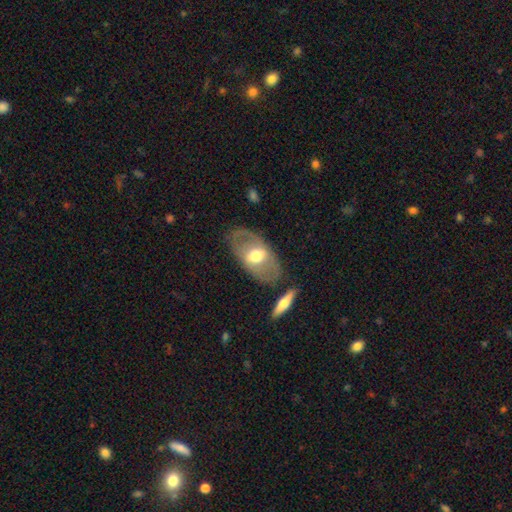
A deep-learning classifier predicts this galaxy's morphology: Smooth or featured: featured or disk — 53% (smooth — 41%)
Edge-on disk: no — 85% (yes — 15%)
Merging: none — 73% (minor disturbance — 16%)